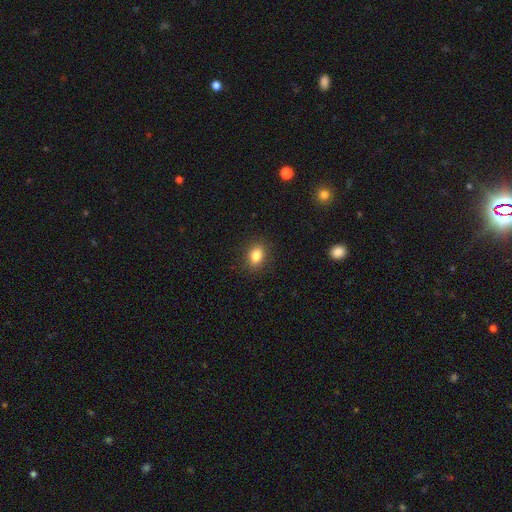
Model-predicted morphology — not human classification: A smooth galaxy with no disk features (84%) that is in between round and cigar-shaped (75%). Merging: none (88%).